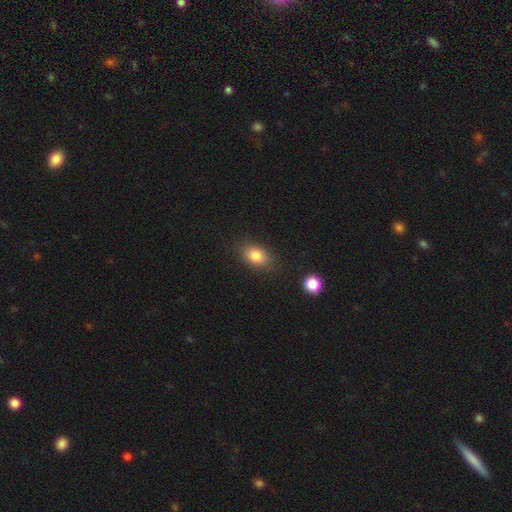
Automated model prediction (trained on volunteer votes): smooth_or_featured: smooth (p=0.83) [alt: star or artifact p=0.09]
how_rounded: in between (p=0.77) [alt: round p=0.22]
merging: none (p=0.82) [alt: minor disturbance p=0.13]